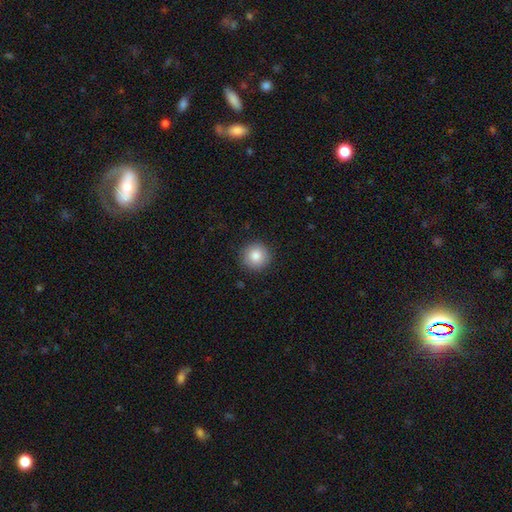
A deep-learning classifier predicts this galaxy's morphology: This appears to be a smooth galaxy with no disk features (84%) that is round (95%). Merging: none (90%).